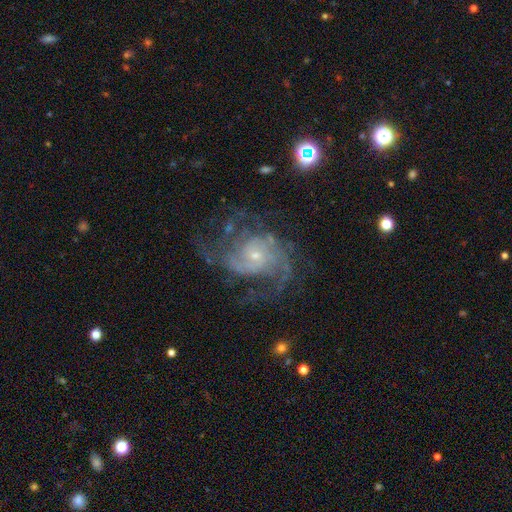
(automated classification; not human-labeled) smooth-or-featured: featured or disk: 87% | star or artifact: 7% | smooth: 6%
  disk-edge-on: no: 98% | yes: 2%
    bar: no: 70% | weak: 25% | strong: 5%
    has-spiral-arms: yes: 96% | no: 4%
      spiral-winding: medium: 48% | tight: 33% | loose: 19%
      spiral-arm-count: 2: 38% | can't tell: 21% | 3: 20% | 4: 9% | 1: 6% | more than 4: 6%
    bulge-size: small: 77% | moderate: 18% | none: 2% | large: 2% | dominant: 1%
  merging: none: 61% | major disturbance: 19% | minor disturbance: 18% | merger: 2%